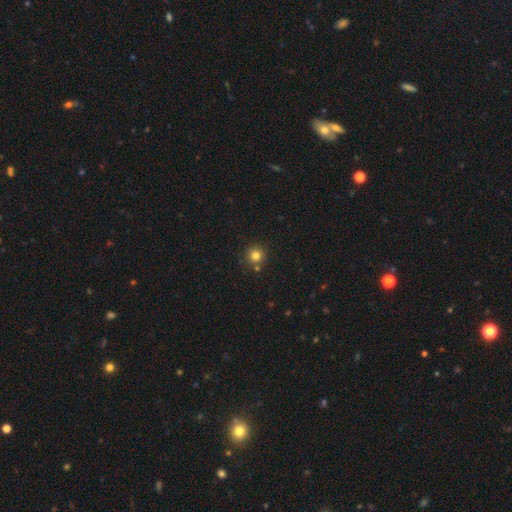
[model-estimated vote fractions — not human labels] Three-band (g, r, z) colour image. It shows a smooth galaxy with no disk features (80%) that is round (95%). Merging: none (83%).